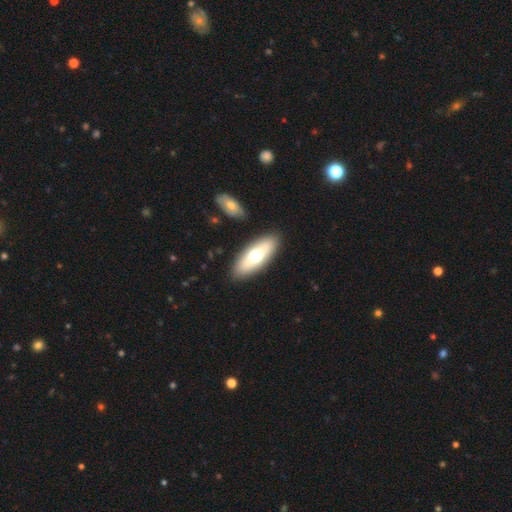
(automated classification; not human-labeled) Smooth or featured? smooth (60%)
How rounded? in between (74%)
Merging? none (87%)